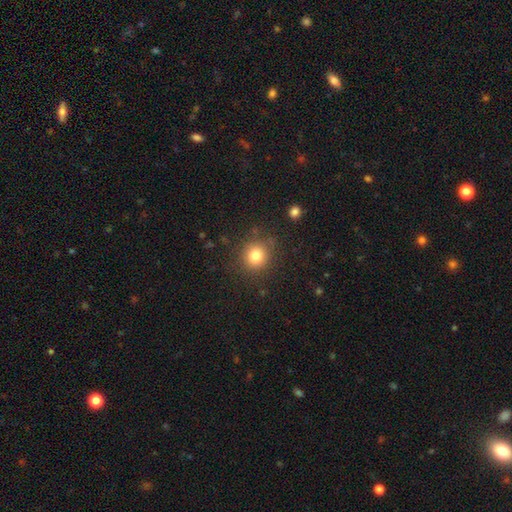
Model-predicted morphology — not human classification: The model was most divided on "smooth or featured": smooth: 80%, star or artifact: 13%, featured or disk: 8%. More confident: how rounded — round (86%); merging — none (84%).